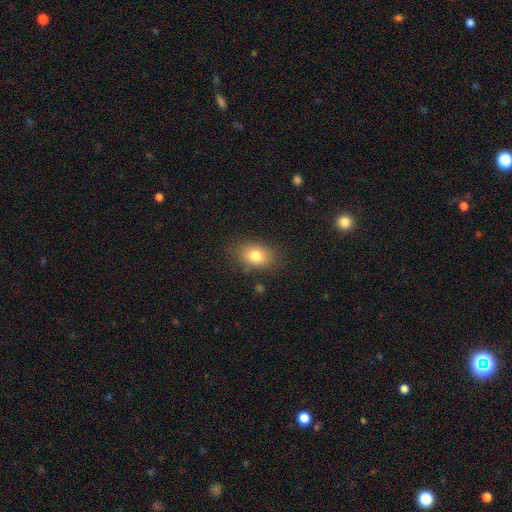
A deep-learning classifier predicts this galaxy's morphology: Smooth or featured? Predicted: smooth (p=0.80). How rounded? Predicted: in between (p=0.80). Merging? Predicted: none (p=0.82).